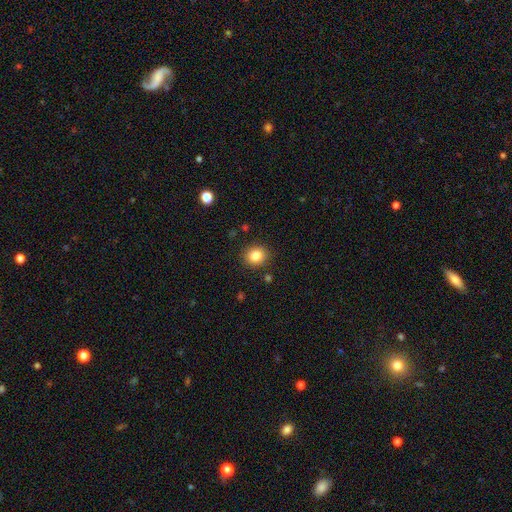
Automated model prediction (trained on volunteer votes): Overall: smooth (84%). How rounded: round (79%). Merging: none (88%).